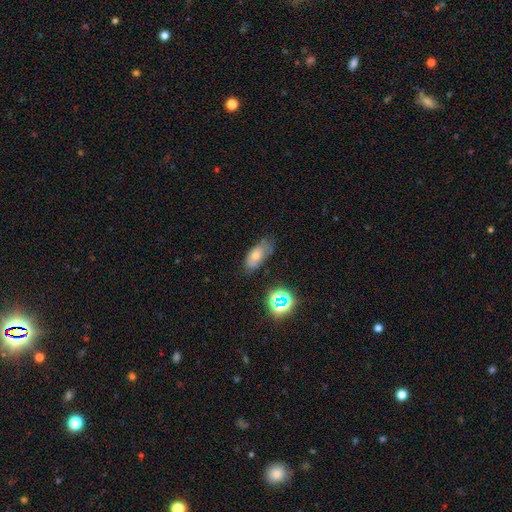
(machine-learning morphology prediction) A smooth galaxy with no disk features (60%) that is in between round and cigar-shaped (87%).

Vote fractions:
- Smooth or featured? smooth: 60% / featured or disk: 25% / star or artifact: 15%
- How rounded? in between: 87% / cigar-shaped: 7% / round: 6%
- Merging? none: 56% / minor disturbance: 31% / major disturbance: 10% / merger: 3%